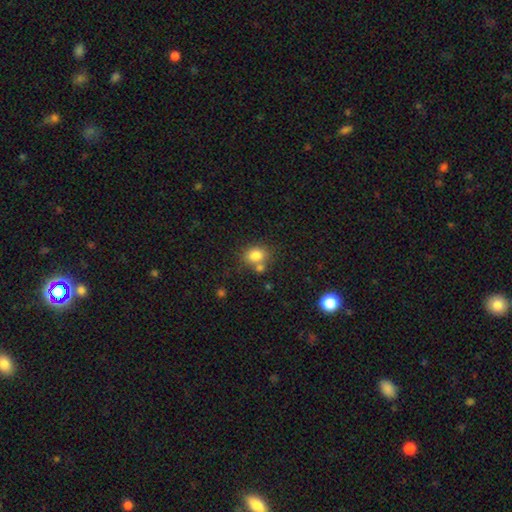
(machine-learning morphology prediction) Smooth or featured? smooth (82%)
How rounded? round (58%)
Merging? none (62%)